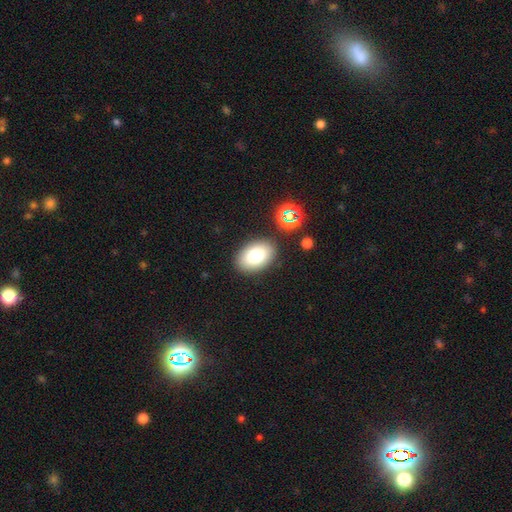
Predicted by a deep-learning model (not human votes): This appears to be a smooth galaxy with no disk features (80%) that is in between round and cigar-shaped (88%). Merging: none (86%).